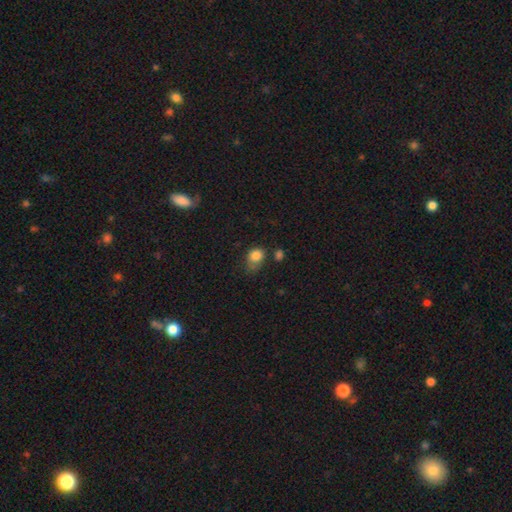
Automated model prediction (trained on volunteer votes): The model was most divided on "merging": none: 39%, minor disturbance: 37%, major disturbance: 16%, merger: 9%. More confident: smooth or featured — smooth (82%); how rounded — round (52%).